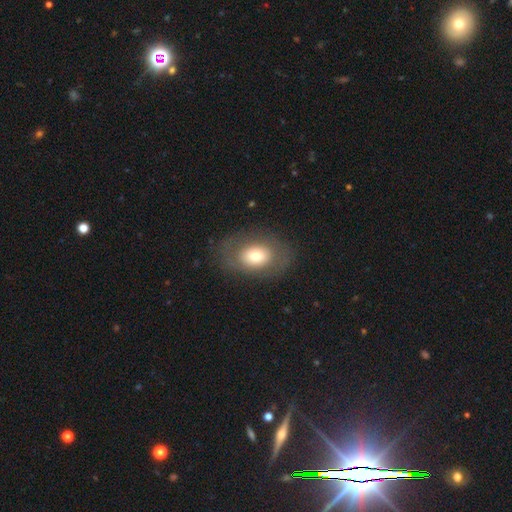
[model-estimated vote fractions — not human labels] smooth-or-featured: smooth: 66% | featured or disk: 25% | star or artifact: 9%
  how-rounded: in between: 72% | round: 27% | cigar-shaped: 1%
  merging: none: 80% | minor disturbance: 12% | major disturbance: 8% | merger: 1%